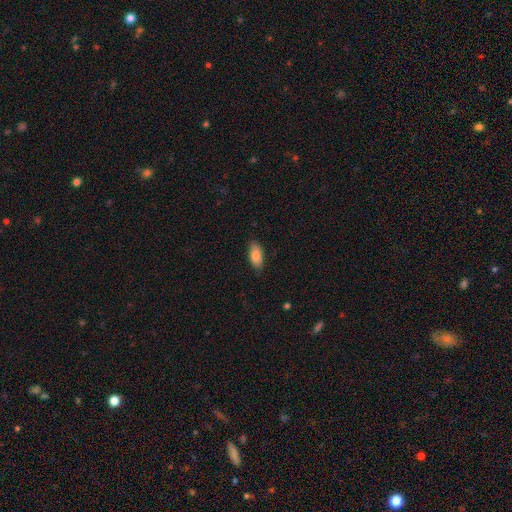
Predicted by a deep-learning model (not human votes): Smooth or featured: smooth — 82% (featured or disk — 11%)
How rounded: in between — 88% (cigar-shaped — 10%)
Merging: none — 84% (minor disturbance — 13%)